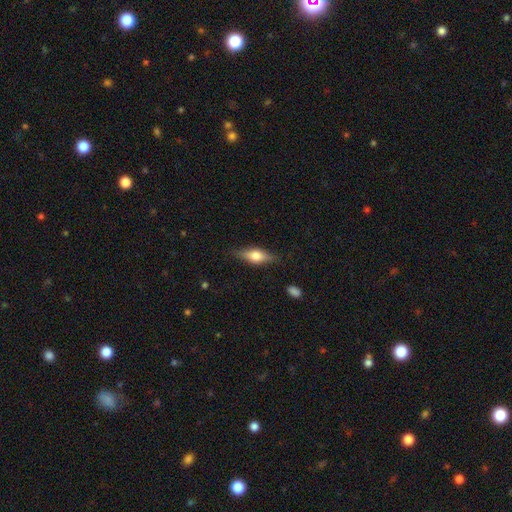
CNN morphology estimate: Overall: featured or disk (47%; smooth 45%). Merging: none (82%).